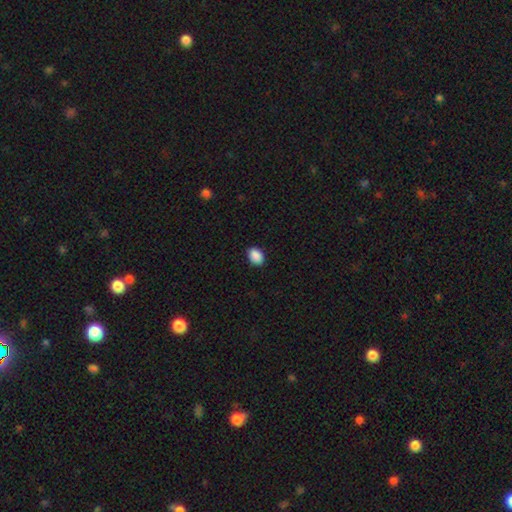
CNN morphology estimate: The model was most divided on "how rounded": in between: 77%, round: 22%, cigar-shaped: 1%. More confident: smooth or featured — smooth (90%); merging — none (89%).